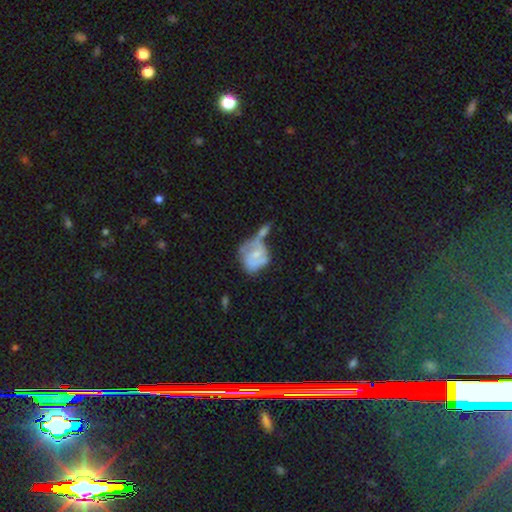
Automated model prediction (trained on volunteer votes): Overall: featured or disk (55%; smooth 37%). Edge-on disk: no (97%). Bar: no (60%; weak 32%). Spiral arms: yes (64%; no 36%). Bulge size: small (53%; moderate 29%). Merging: merger (36%; none 24%).